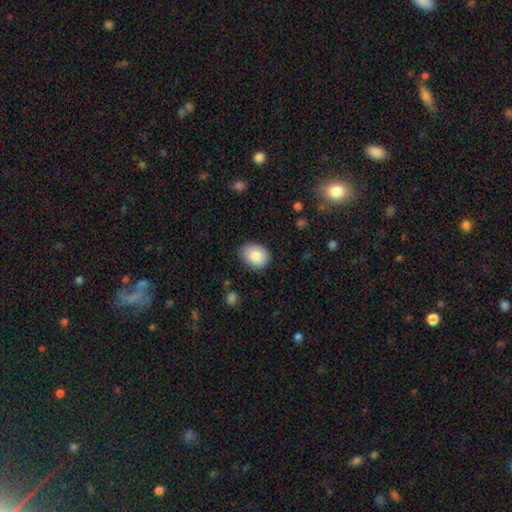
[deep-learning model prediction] Smooth or featured? Predicted: smooth (p=0.86). How rounded? Predicted: in between (p=0.63). Merging? Predicted: none (p=0.81).